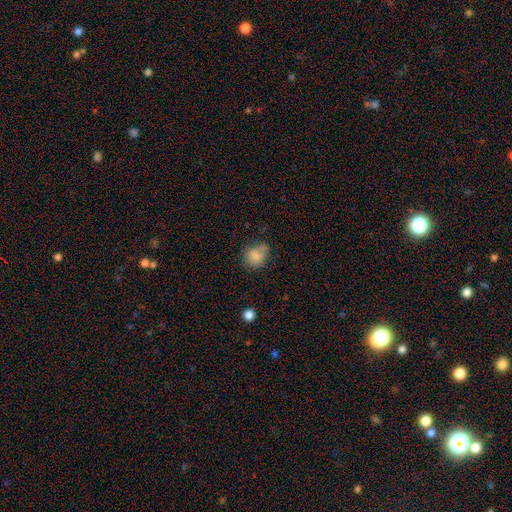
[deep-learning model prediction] Smooth or featured: smooth — 81% (star or artifact — 10%)
How rounded: round — 57% (in between — 42%)
Merging: none — 52% (minor disturbance — 34%)